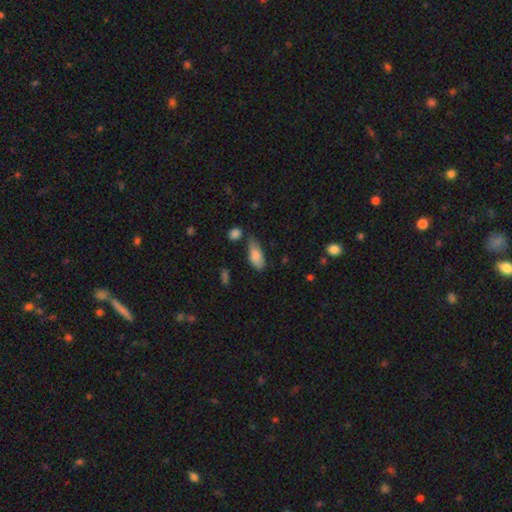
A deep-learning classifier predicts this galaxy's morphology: Smooth or featured? smooth (84%)
How rounded? in between (86%)
Merging? none (53%)